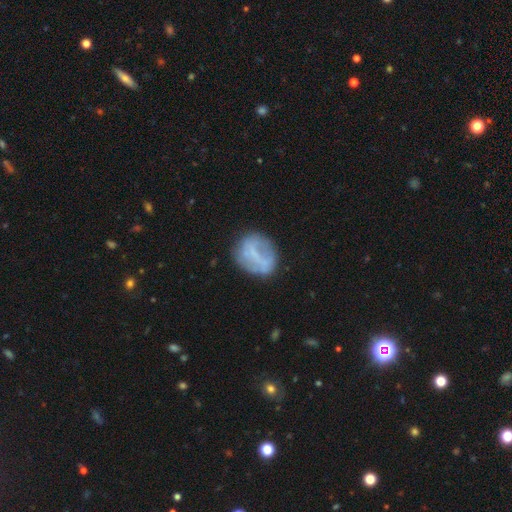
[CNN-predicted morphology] Overall: smooth (46%; featured or disk 45%). Merging: none (69%).